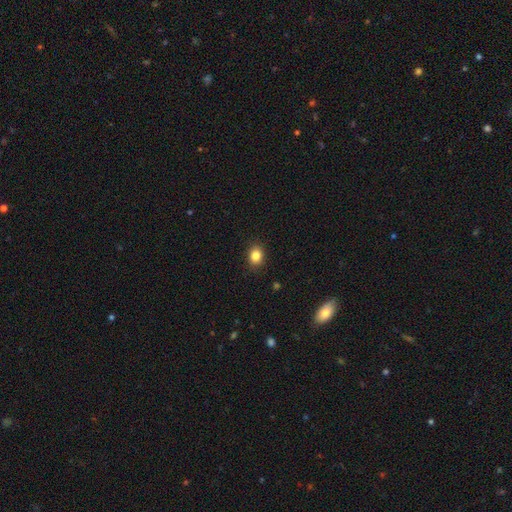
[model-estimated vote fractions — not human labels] smooth-or-featured: smooth: 85% | star or artifact: 10% | featured or disk: 5%
  how-rounded: in between: 51% | round: 48% | cigar-shaped: 1%
  merging: none: 89% | minor disturbance: 8% | major disturbance: 2% | merger: 1%